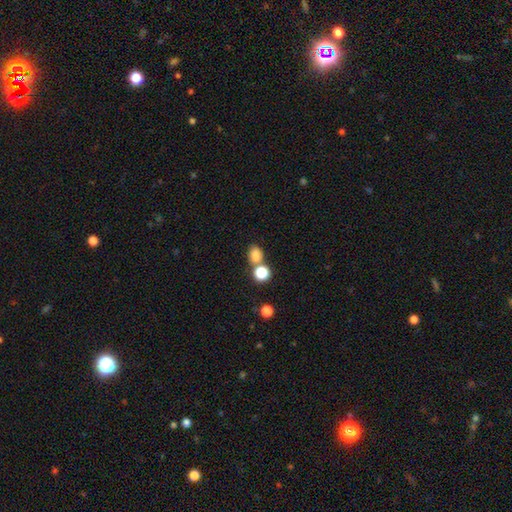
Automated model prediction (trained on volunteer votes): Smooth or featured: smooth — 80% (star or artifact — 14%)
How rounded: in between — 52% (round — 47%)
Merging: none — 58% (merger — 28%)